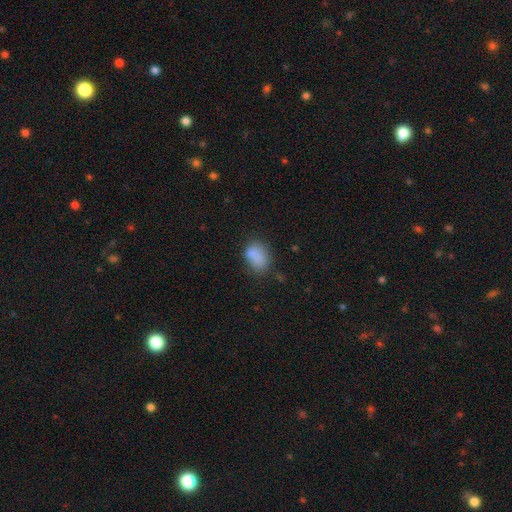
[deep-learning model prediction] This appears to be a smooth galaxy with no disk features (82%) that is in between round and cigar-shaped (79%). Merging: none (60%).